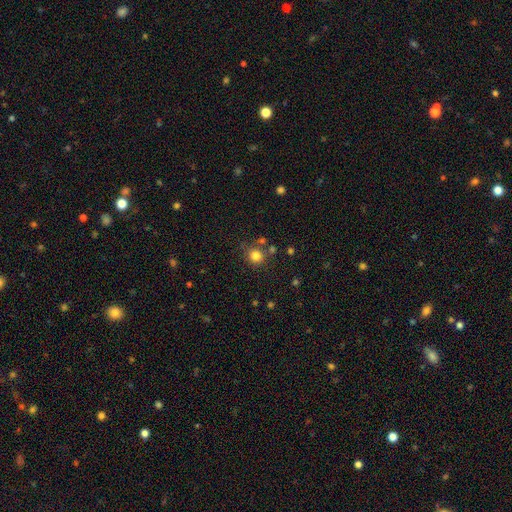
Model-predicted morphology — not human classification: Q: Smooth or featured?
A: smooth (80%); runner-up: star or artifact (14%)
Q: How rounded?
A: round (91%); runner-up: in between (8%)
Q: Merging?
A: none (76%); runner-up: minor disturbance (10%)